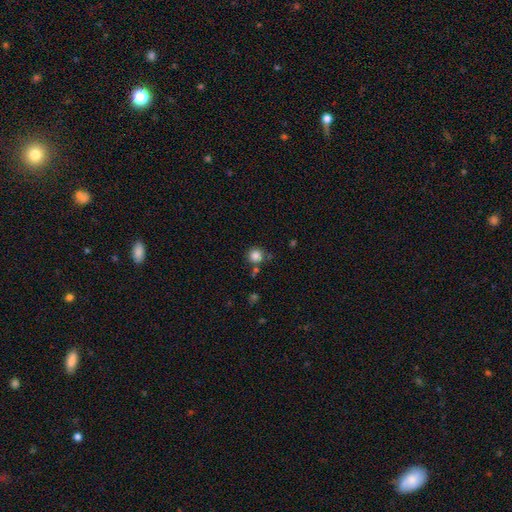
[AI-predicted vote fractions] Smooth or featured: smooth — 84% (star or artifact — 11%)
How rounded: round — 94% (in between — 5%)
Merging: none — 77% (minor disturbance — 11%)